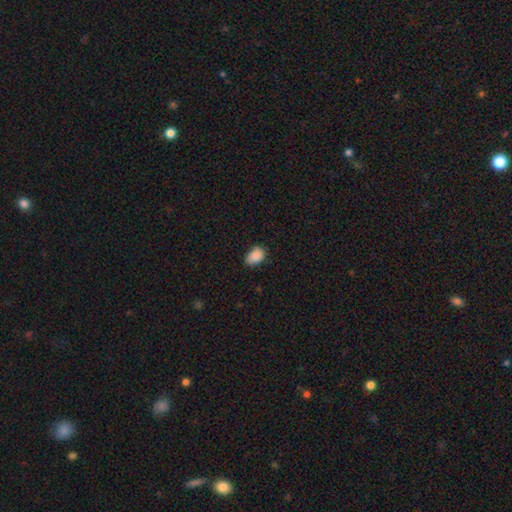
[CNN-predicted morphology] type=smooth (88%); roundness=in between (85%); merging=none (69%).